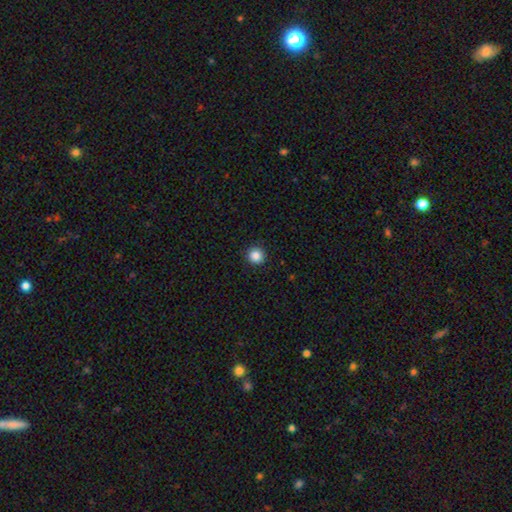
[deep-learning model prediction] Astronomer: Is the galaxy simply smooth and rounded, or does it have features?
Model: smooth — 86%.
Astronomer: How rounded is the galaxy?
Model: round — 95%.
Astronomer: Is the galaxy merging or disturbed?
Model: none — 92%.